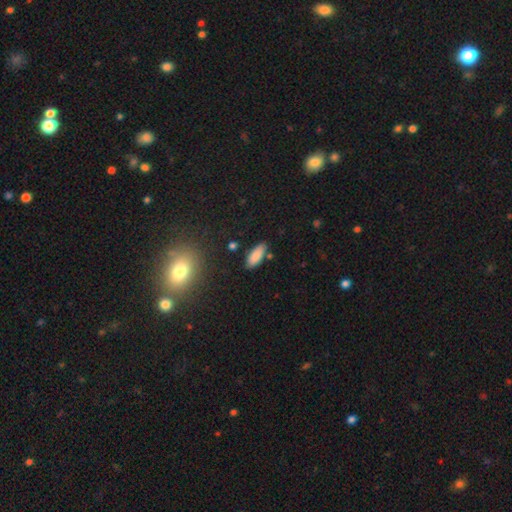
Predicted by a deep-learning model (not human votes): Overall: smooth (86%). How rounded: in between (77%). Merging: none (80%).